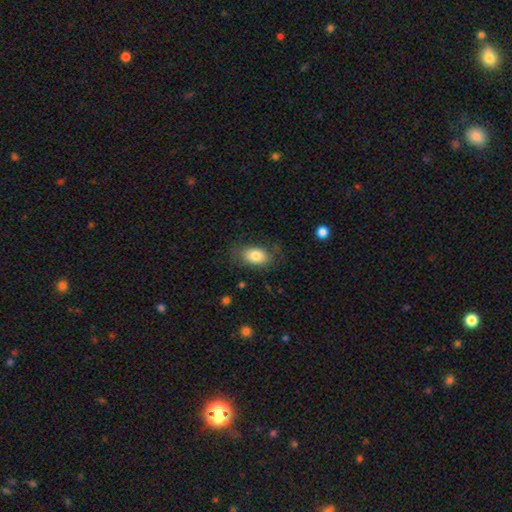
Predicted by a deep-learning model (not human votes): A smooth galaxy with no disk features (81%) that is in between round and cigar-shaped (87%).

Vote fractions:
- Smooth or featured? smooth: 81% / featured or disk: 11% / star or artifact: 7%
- How rounded? in between: 87% / round: 11% / cigar-shaped: 2%
- Merging? none: 74% / minor disturbance: 18% / major disturbance: 7% / merger: 1%